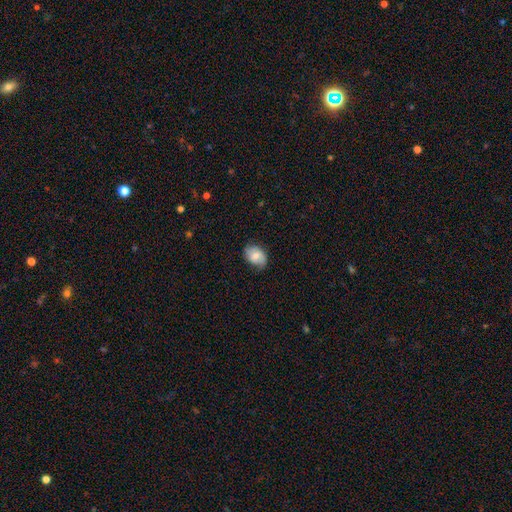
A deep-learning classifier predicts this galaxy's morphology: A smooth galaxy with no disk features (68%) that is in between round and cigar-shaped (73%).

Vote fractions:
- Smooth or featured? smooth: 68% / featured or disk: 24% / star or artifact: 7%
- How rounded? in between: 73% / round: 26% / cigar-shaped: 1%
- Merging? none: 70% / minor disturbance: 24% / major disturbance: 5% / merger: 1%